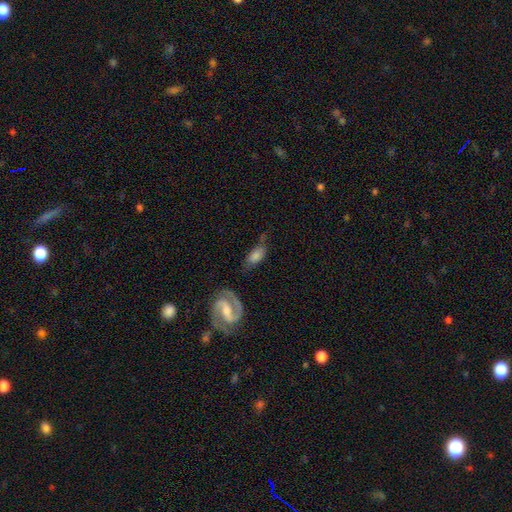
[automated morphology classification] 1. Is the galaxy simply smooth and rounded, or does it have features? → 54% smooth, 37% featured or disk, 8% star or artifact.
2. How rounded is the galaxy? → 81% in between, 14% cigar-shaped, 6% round.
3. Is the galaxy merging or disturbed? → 55% none, 26% minor disturbance, 13% major disturbance, 6% merger.